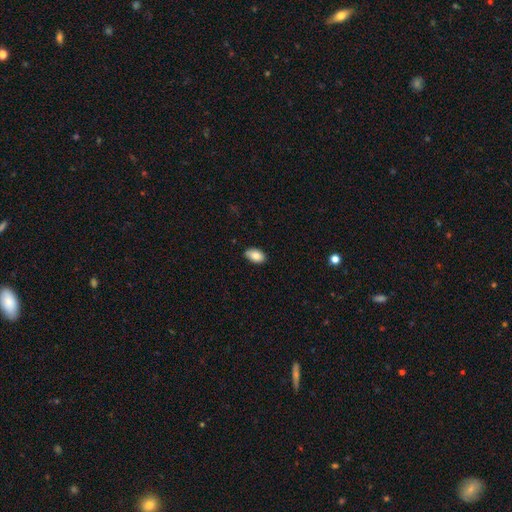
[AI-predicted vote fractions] A smooth galaxy with no disk features (86%) that is in between round and cigar-shaped (91%).

Vote fractions:
- Smooth or featured? smooth: 86% / star or artifact: 7% / featured or disk: 6%
- How rounded? in between: 91% / round: 8% / cigar-shaped: 1%
- Merging? none: 78% / minor disturbance: 18% / major disturbance: 3% / merger: 2%